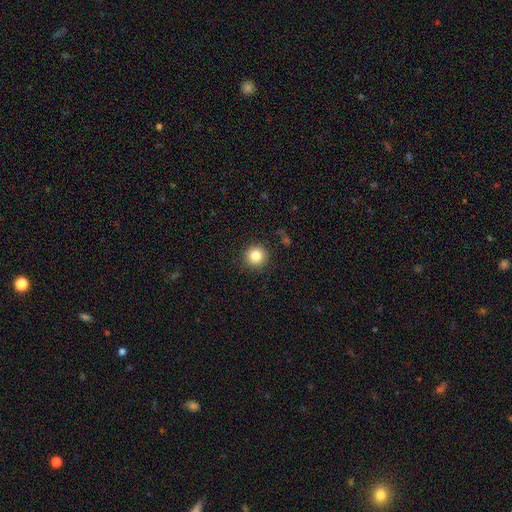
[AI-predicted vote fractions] This appears to be a smooth galaxy with no disk features (84%) that is round (95%). Merging: none (90%).